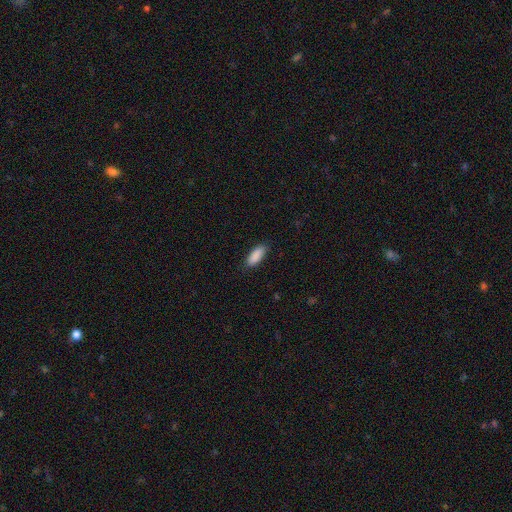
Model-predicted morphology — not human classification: smooth-or-featured: smooth: 90% | star or artifact: 6% | featured or disk: 4%
  how-rounded: in between: 77% | cigar-shaped: 22% | round: 2%
  merging: none: 85% | minor disturbance: 12% | major disturbance: 2% | merger: 1%